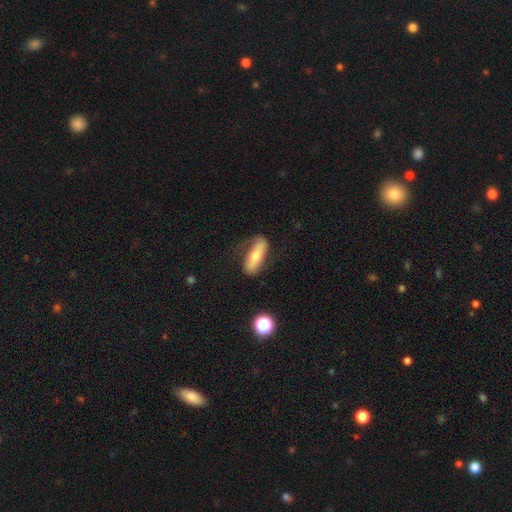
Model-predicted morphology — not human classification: Smooth or featured: smooth — 52% (featured or disk — 42%)
How rounded: in between — 53% (cigar-shaped — 44%)
Merging: none — 67% (minor disturbance — 21%)